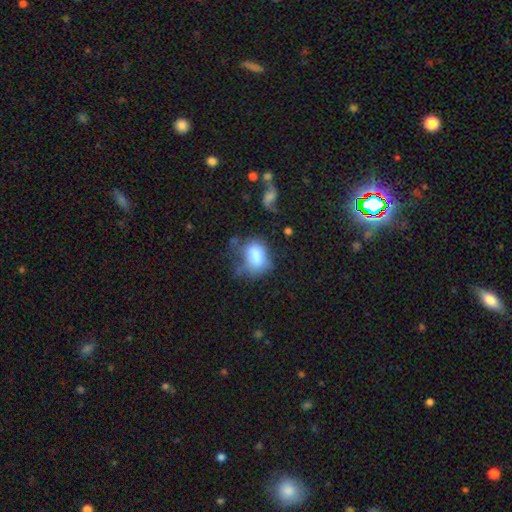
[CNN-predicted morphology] The model was most divided on "merging": none: 31%, minor disturbance: 28%, major disturbance: 26%, merger: 15%. More confident: how rounded — in between (77%); smooth or featured — smooth (73%).